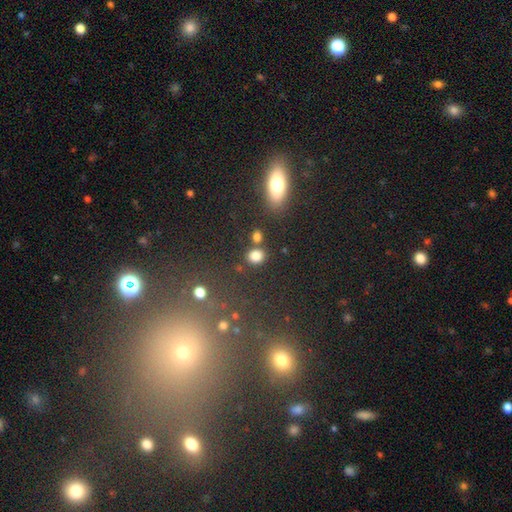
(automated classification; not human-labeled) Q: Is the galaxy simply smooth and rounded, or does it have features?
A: smooth — 81%.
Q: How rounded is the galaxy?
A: round — 68%.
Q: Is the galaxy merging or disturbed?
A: none — 71%.